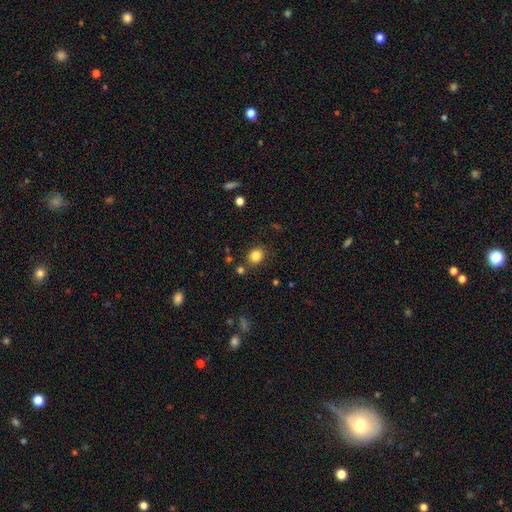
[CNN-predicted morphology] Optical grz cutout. It shows a smooth galaxy with no disk features (84%) that is round (72%). Merging: none (82%).